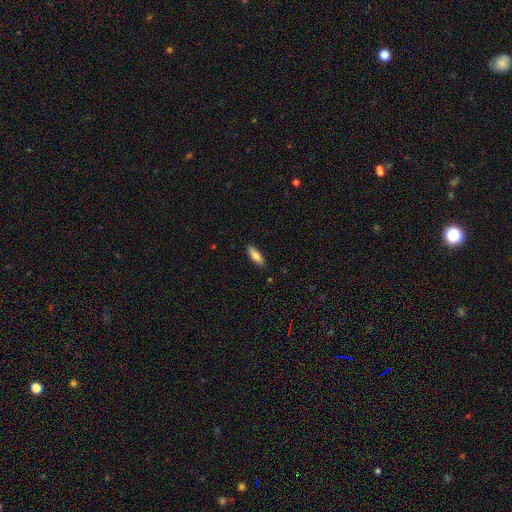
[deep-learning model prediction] Smooth or featured: smooth — 74% (featured or disk — 19%)
How rounded: in between — 50% (cigar-shaped — 48%)
Merging: none — 86% (minor disturbance — 11%)